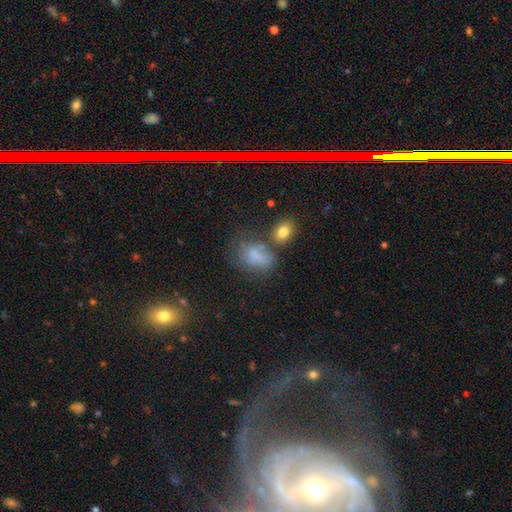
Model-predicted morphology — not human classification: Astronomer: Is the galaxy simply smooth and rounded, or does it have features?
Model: smooth — 73%.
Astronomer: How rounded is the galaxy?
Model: in between — 79%.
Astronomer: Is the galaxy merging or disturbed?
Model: none — 40% (runner-up: minor disturbance, 25%).